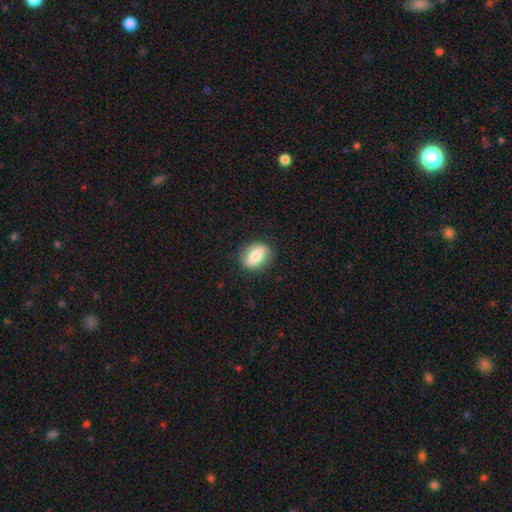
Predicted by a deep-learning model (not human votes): This appears to be a smooth galaxy with no disk features (66%) that is in between round and cigar-shaped (71%). Merging: none (85%).